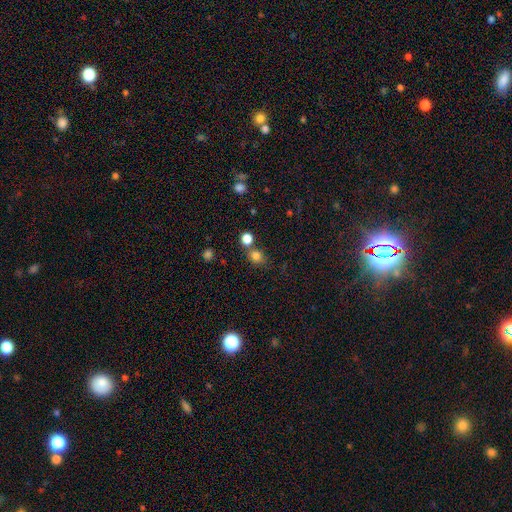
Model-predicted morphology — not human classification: A smooth galaxy with no disk features (80%) that is round (73%).

Vote fractions:
- Smooth or featured? smooth: 80% / star or artifact: 15% / featured or disk: 5%
- How rounded? round: 73% / in between: 26% / cigar-shaped: 1%
- Merging? none: 64% / merger: 22% / minor disturbance: 10% / major disturbance: 4%